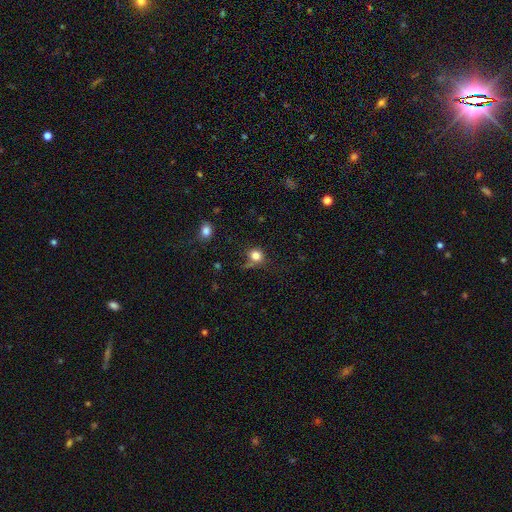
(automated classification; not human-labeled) The model was most divided on "merging": none: 64%, minor disturbance: 19%, major disturbance: 9%, merger: 8%. More confident: how rounded — round (83%); smooth or featured — smooth (82%).